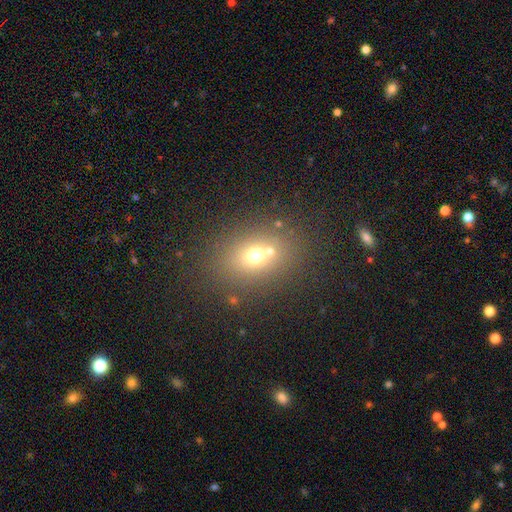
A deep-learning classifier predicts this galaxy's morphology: This appears to be a smooth galaxy with no disk features (64%) that is in between round and cigar-shaped (51%). Merging: none (67%).